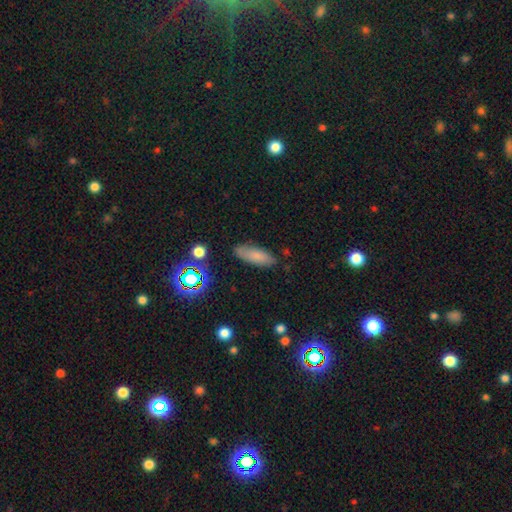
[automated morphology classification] A smooth galaxy with no disk features (76%) that is in between round and cigar-shaped (63%).

Vote fractions:
- Smooth or featured? smooth: 76% / featured or disk: 12% / star or artifact: 12%
- How rounded? in between: 63% / cigar-shaped: 34% / round: 3%
- Merging? none: 79% / minor disturbance: 15% / major disturbance: 4% / merger: 2%